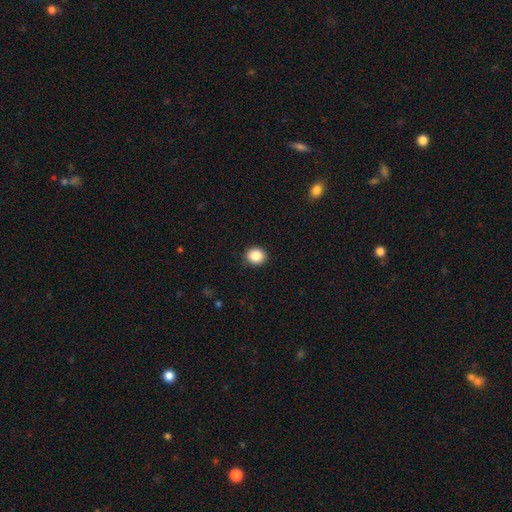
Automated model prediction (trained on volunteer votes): Q: Smooth or featured?
A: smooth (87%); runner-up: star or artifact (9%)
Q: How rounded?
A: round (75%); runner-up: in between (24%)
Q: Merging?
A: none (90%); runner-up: minor disturbance (7%)